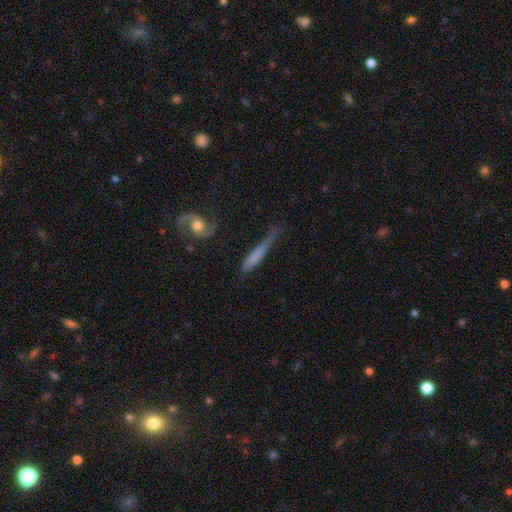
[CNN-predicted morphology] A smooth galaxy with no disk features (49%). Merging: none (49%).